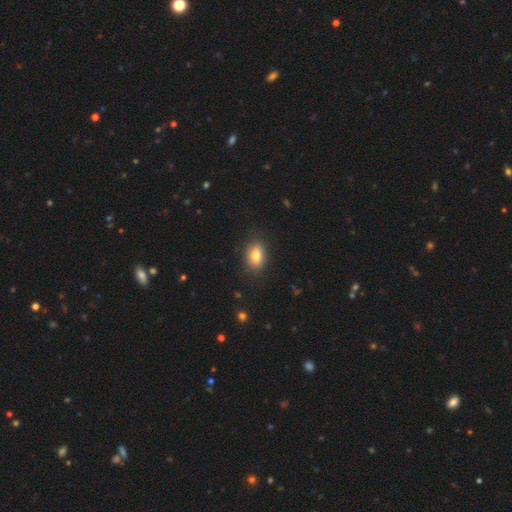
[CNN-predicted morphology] Q: Smooth or featured?
A: smooth (79%); runner-up: featured or disk (12%)
Q: How rounded?
A: in between (82%); runner-up: round (15%)
Q: Merging?
A: none (84%); runner-up: minor disturbance (12%)